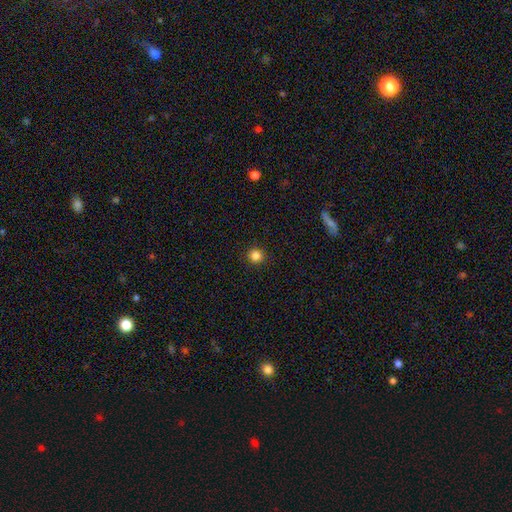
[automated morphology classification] The model was most divided on "smooth or featured": smooth: 84%, star or artifact: 12%, featured or disk: 4%. More confident: how rounded — round (95%); merging — none (92%).